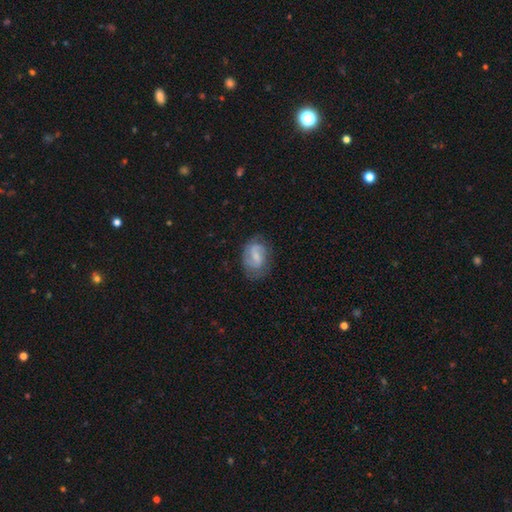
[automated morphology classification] Smooth or featured?
  - featured or disk: 64% *
  - smooth: 29%
  - star or artifact: 7%
Edge-on disk?
  - no: 97% *
  - yes: 3%
Bar?
  - weak: 56% *
  - strong: 22%
  - no: 22%
Spiral arms?
  - yes: 88% *
  - no: 12%
Spiral winding?
  - medium: 46% *
  - tight: 29%
  - loose: 25%
Spiral arm count?
  - 2: 75% *
  - can't tell: 12%
  - 1: 8%
  - 3: 2%
  - 4: 1%
  - more than 4: 1%
Bulge size?
  - small: 48% *
  - moderate: 28%
  - none: 19%
  - large: 3%
  - dominant: 1%
Merging?
  - none: 69% *
  - minor disturbance: 21%
  - major disturbance: 9%
  - merger: 1%